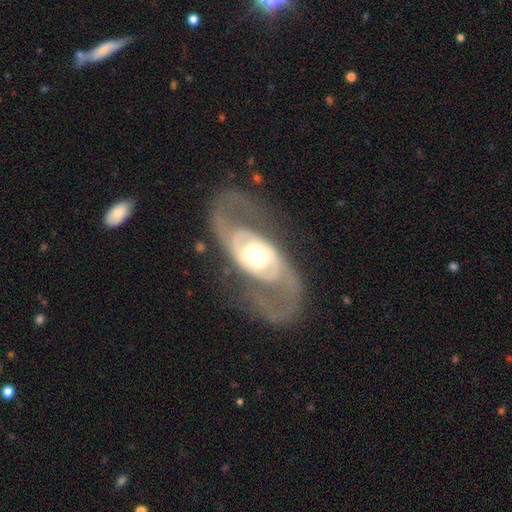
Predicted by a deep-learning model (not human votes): The model was most divided on "spiral winding": medium: 45%, loose: 34%, tight: 22%. More confident: edge-on disk — no (91%); spiral arm count — 2 (89%); smooth or featured — featured or disk (86%); spiral arms — yes (79%); merging — none (72%); bar — no (60%); bulge size — moderate (55%).